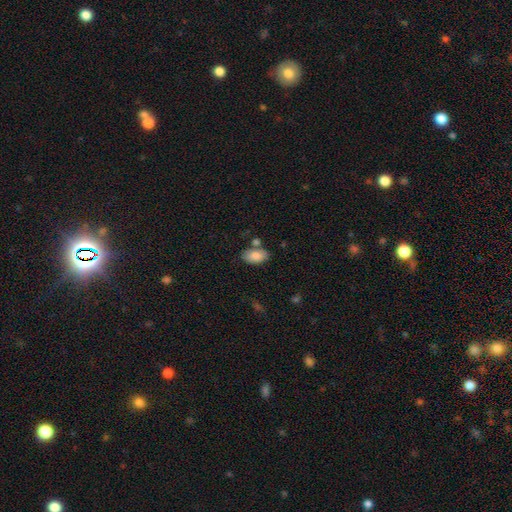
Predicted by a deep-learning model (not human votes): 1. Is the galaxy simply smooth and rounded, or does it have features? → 81% smooth, 12% featured or disk, 7% star or artifact.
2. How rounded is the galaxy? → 93% in between, 6% round, 2% cigar-shaped.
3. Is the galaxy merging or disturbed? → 69% none, 15% minor disturbance, 13% merger, 4% major disturbance.